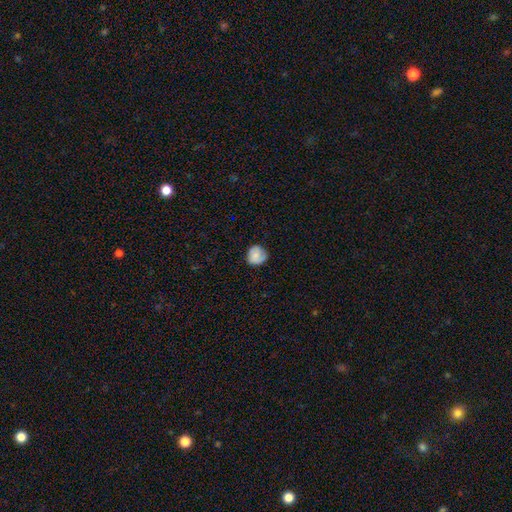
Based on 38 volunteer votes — smooth 63%, featured or disk 32%, star or artifact 5%. Down the decision tree: how rounded — round (75%); merging — none (67%).